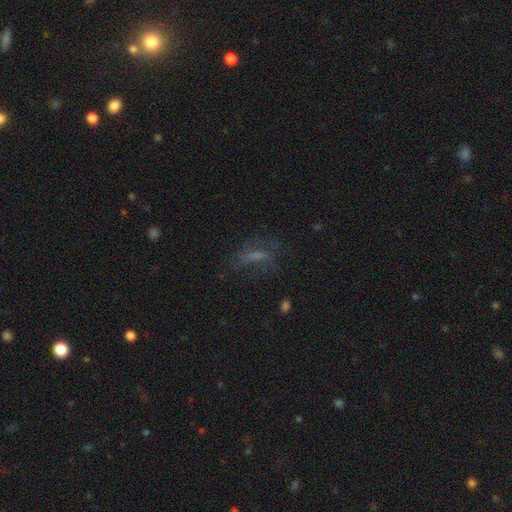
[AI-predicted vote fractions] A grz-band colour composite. It shows a smooth galaxy with no disk features (43%). Merging: none (54%).